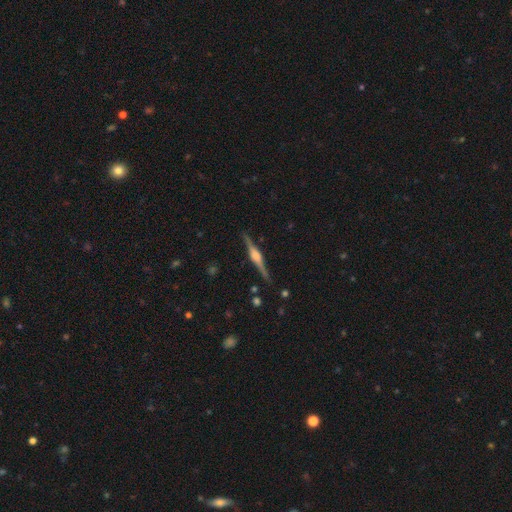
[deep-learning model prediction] Smooth or featured? Predicted: featured or disk (p=0.84). Edge-on disk? Predicted: yes (p=0.98). Edge-on bulge? Predicted: rounded (p=0.78). Merging? Predicted: none (p=0.89).